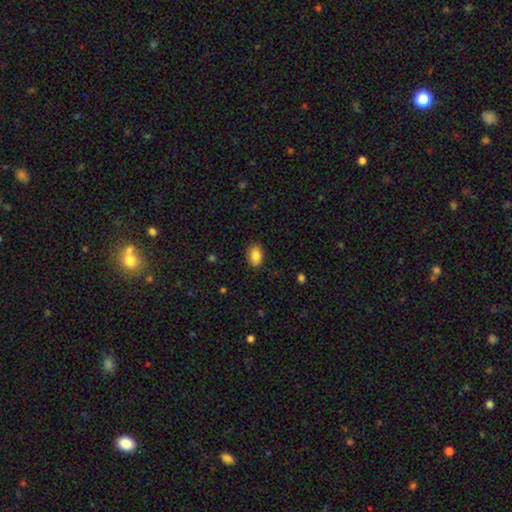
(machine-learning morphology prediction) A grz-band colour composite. It shows a smooth galaxy with no disk features (84%) that is in between round and cigar-shaped (84%). Merging: none (86%).